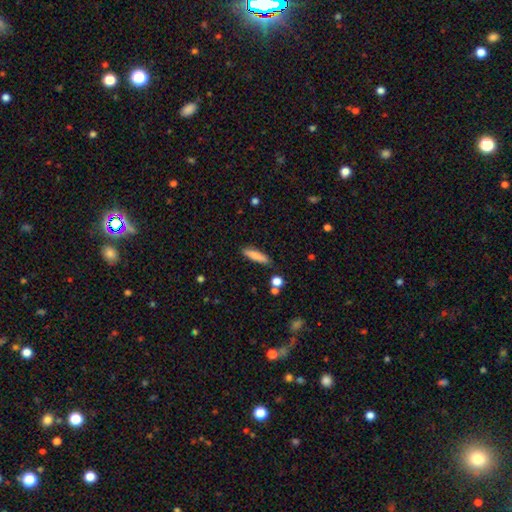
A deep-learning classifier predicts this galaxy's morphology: Q: Smooth or featured?
A: smooth (82%); runner-up: featured or disk (12%)
Q: How rounded?
A: cigar-shaped (79%); runner-up: in between (19%)
Q: Merging?
A: none (87%); runner-up: minor disturbance (9%)